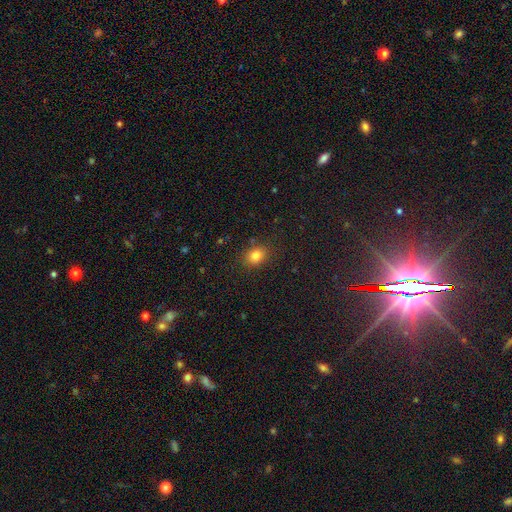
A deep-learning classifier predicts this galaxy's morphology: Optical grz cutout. It shows a smooth galaxy with no disk features (81%) that is in between round and cigar-shaped (56%). Merging: none (84%).